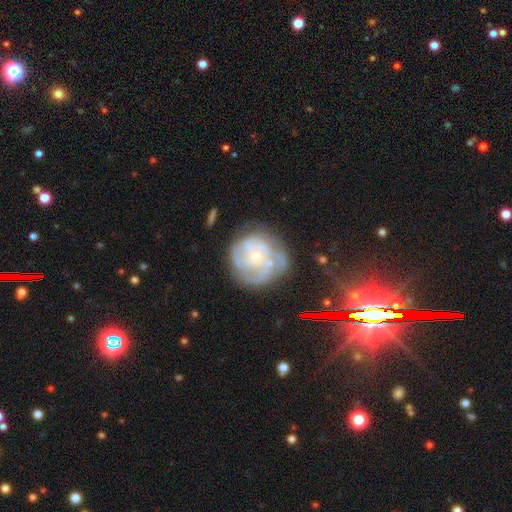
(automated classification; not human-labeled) featured or disk 74%, smooth 18%, star or artifact 8%. Down the decision tree: edge-on disk — no (98%); bar — no (77%); spiral arms — yes (82%); spiral arm count — can't tell (38%); spiral winding — tight (57%); bulge size — small (67%); merging — none (59%).